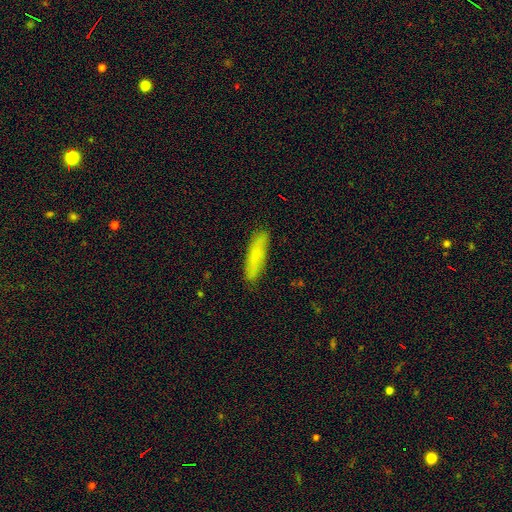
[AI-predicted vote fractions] This appears to be a smooth galaxy with no disk features (76%) that is cigar-shaped (72%). Merging: none (86%).